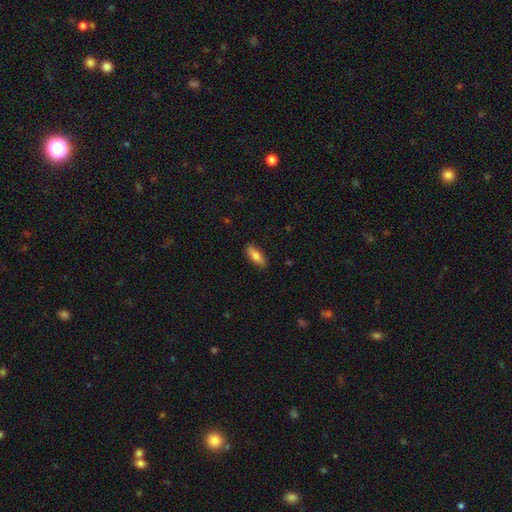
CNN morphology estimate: A smooth galaxy with no disk features (76%) that is in between round and cigar-shaped (61%). Merging: none (87%).